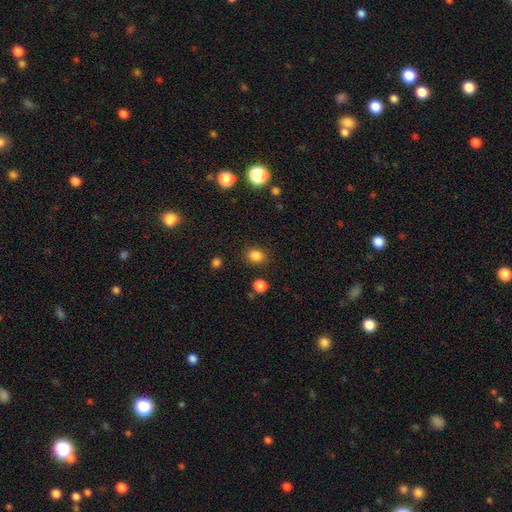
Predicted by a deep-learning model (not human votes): Morphology: type=smooth (84%); roundness=round (60%); merging=none (85%).